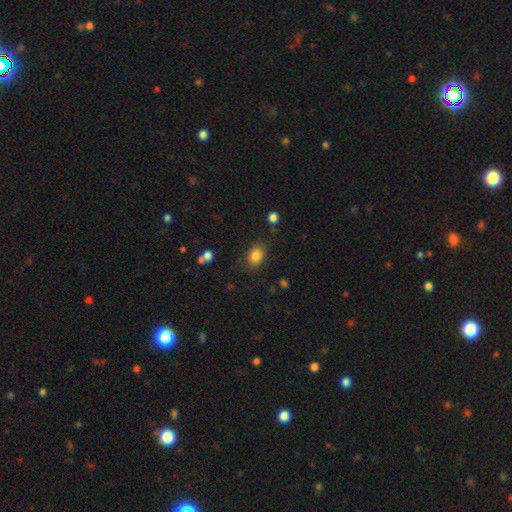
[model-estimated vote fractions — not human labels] smooth_or_featured: smooth (p=0.84) [alt: star or artifact p=0.10]
how_rounded: in between (p=0.68) [alt: round p=0.31]
merging: none (p=0.80) [alt: minor disturbance p=0.13]